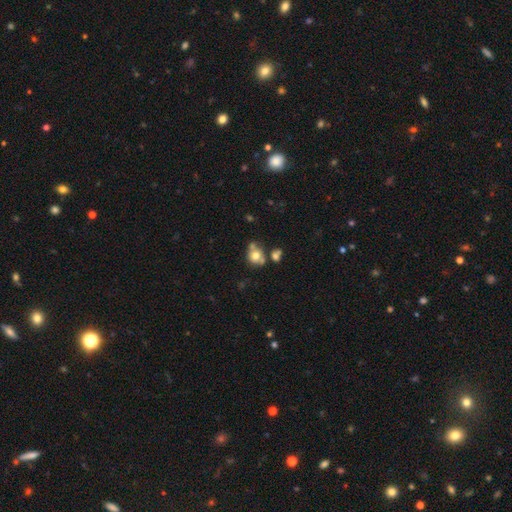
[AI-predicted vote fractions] smooth_or_featured: smooth (p=0.67) [alt: featured or disk p=0.22]
how_rounded: round (p=0.68) [alt: in between p=0.31]
merging: none (p=0.44) [alt: merger p=0.30]